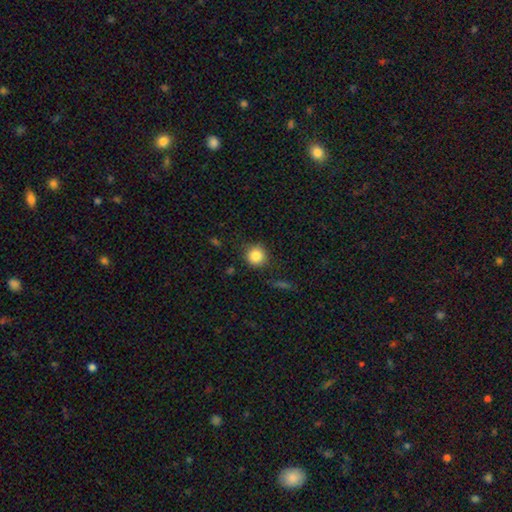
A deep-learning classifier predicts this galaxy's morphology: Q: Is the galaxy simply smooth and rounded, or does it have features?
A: smooth — 84%.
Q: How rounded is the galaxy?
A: round — 93%.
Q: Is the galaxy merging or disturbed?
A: none — 86%.